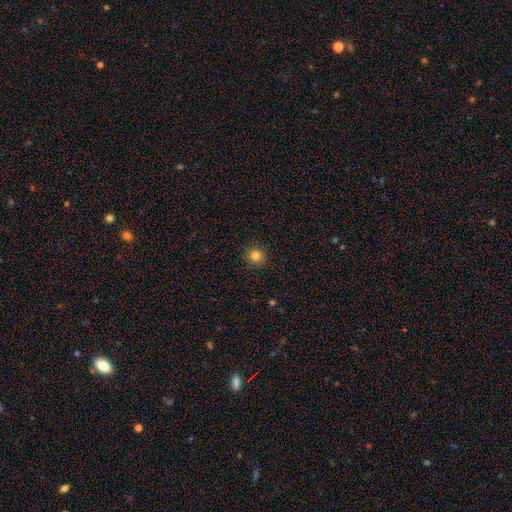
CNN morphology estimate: type=smooth (81%); roundness=round (87%); merging=none (91%).